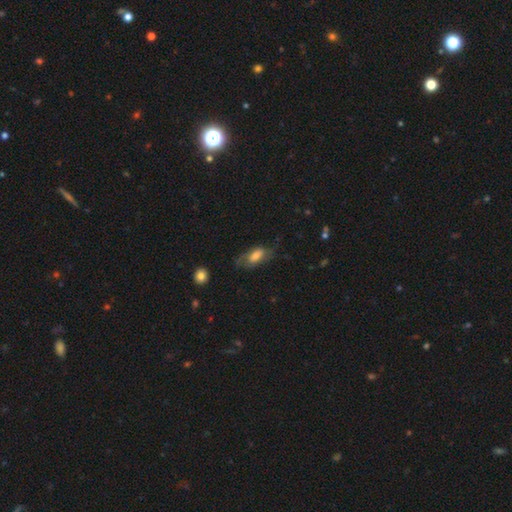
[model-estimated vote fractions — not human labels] Smooth or featured? Predicted: smooth (p=0.56). How rounded? Predicted: in between (p=0.86). Merging? Predicted: none (p=0.53).